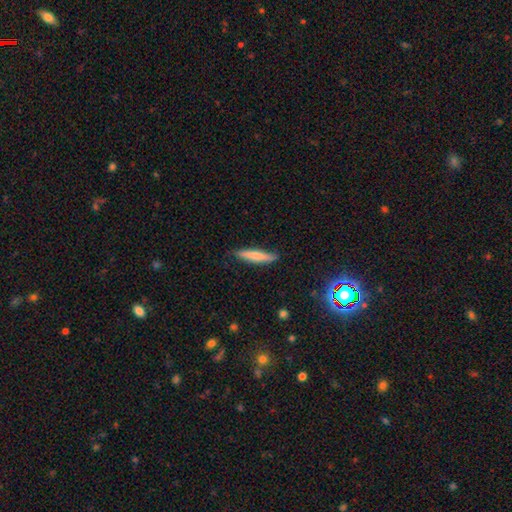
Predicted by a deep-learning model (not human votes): Smooth or featured?
  - smooth: 70% *
  - featured or disk: 24%
  - star or artifact: 6%
How rounded?
  - cigar-shaped: 89% *
  - in between: 9%
  - round: 1%
Merging?
  - none: 85% *
  - minor disturbance: 12%
  - major disturbance: 2%
  - merger: 1%